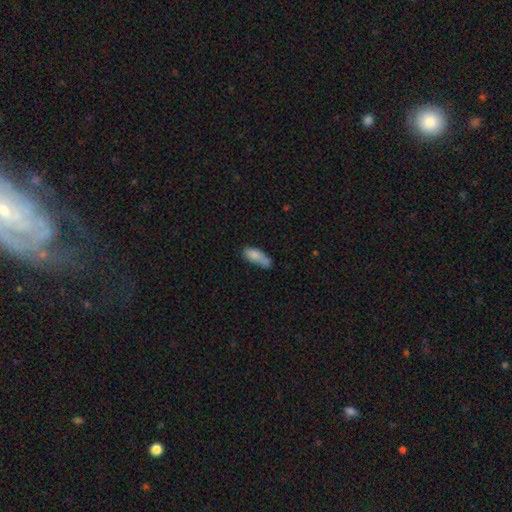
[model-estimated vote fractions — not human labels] Q: Smooth or featured?
A: smooth (80%); runner-up: featured or disk (12%)
Q: How rounded?
A: in between (71%); runner-up: cigar-shaped (26%)
Q: Merging?
A: none (39%); runner-up: minor disturbance (32%)